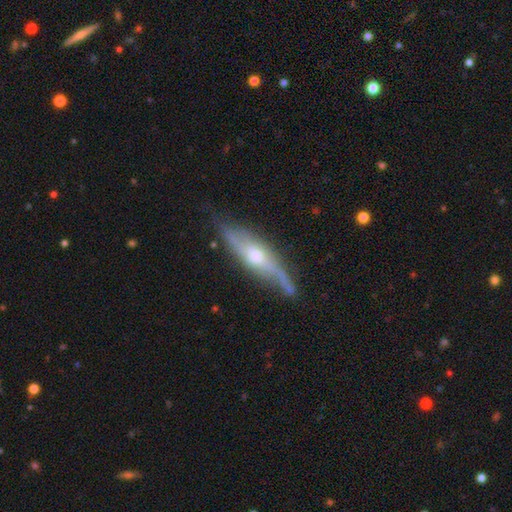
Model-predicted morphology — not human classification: type=featured or disk (71%); edge-on=yes (71%); edge-on bulge=rounded (86%); merging=none (69%).